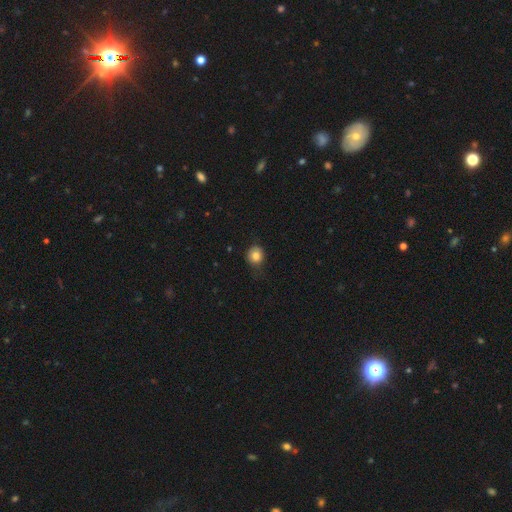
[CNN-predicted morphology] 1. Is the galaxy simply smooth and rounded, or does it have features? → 83% smooth, 10% star or artifact, 6% featured or disk.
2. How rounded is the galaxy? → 78% round, 21% in between, 1% cigar-shaped.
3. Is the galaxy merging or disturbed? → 70% none, 24% minor disturbance, 5% major disturbance, 1% merger.